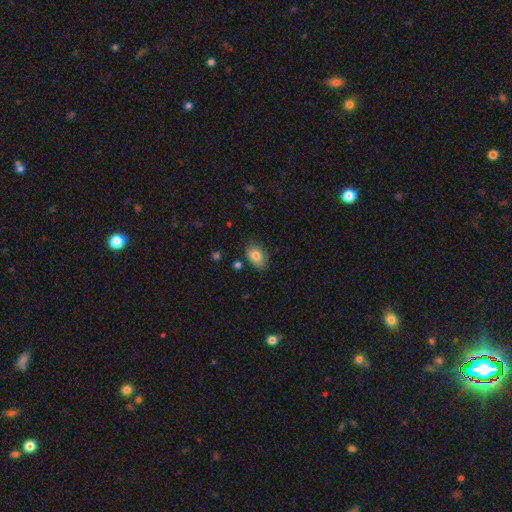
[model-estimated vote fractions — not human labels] Smooth or featured?
  - smooth: 82% *
  - featured or disk: 10%
  - star or artifact: 8%
How rounded?
  - in between: 82% *
  - round: 17%
  - cigar-shaped: 1%
Merging?
  - none: 75% *
  - minor disturbance: 19%
  - major disturbance: 4%
  - merger: 3%